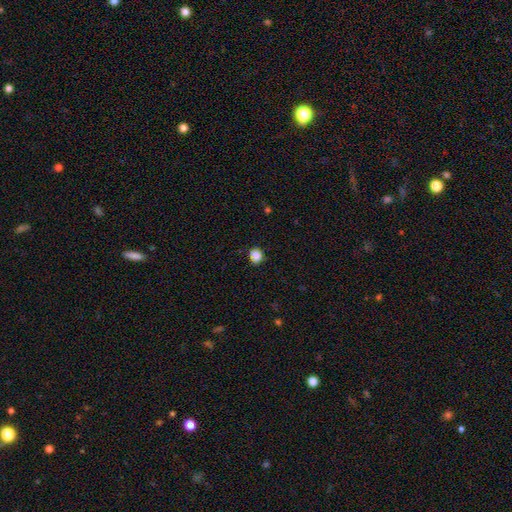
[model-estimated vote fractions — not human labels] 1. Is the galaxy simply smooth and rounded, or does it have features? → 86% smooth, 11% star or artifact, 3% featured or disk.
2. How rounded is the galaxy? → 74% round, 25% in between, 1% cigar-shaped.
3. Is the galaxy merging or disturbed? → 83% none, 13% minor disturbance, 3% major disturbance, 2% merger.